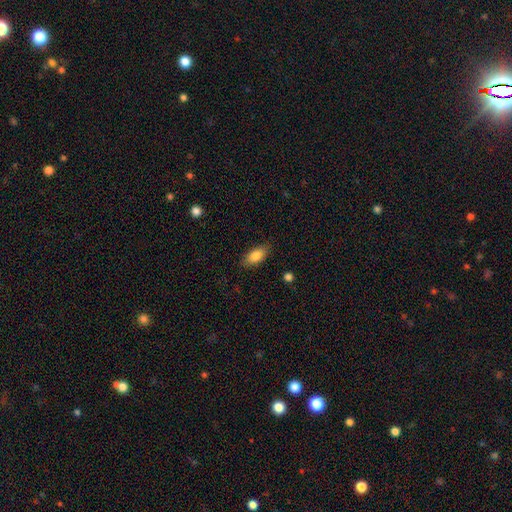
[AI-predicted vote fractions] smooth-or-featured: smooth: 85% | featured or disk: 8% | star or artifact: 7%
  how-rounded: in between: 87% | cigar-shaped: 10% | round: 3%
  merging: none: 85% | minor disturbance: 11% | major disturbance: 3% | merger: 1%